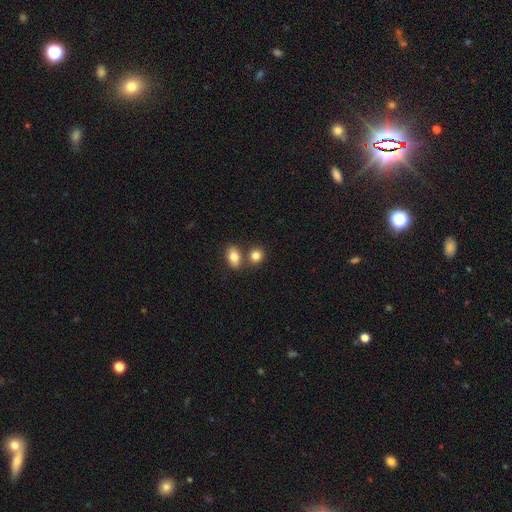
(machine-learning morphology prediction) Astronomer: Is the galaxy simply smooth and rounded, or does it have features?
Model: smooth — 84%.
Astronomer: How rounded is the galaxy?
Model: round — 56% (runner-up: in between, 43%).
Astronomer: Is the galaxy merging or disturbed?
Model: none — 57%.